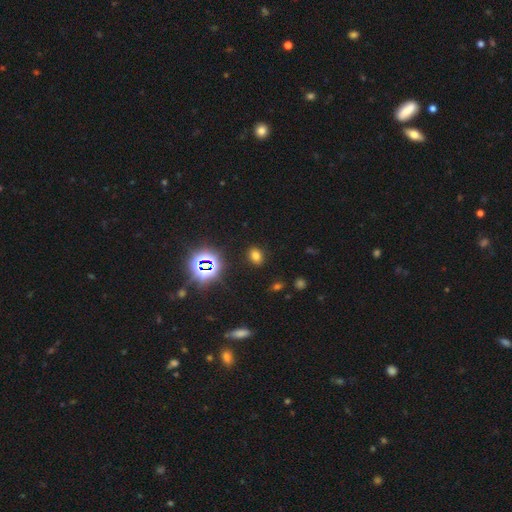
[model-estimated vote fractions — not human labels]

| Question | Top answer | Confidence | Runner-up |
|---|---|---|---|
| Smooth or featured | smooth | 67% | star or artifact (26%) |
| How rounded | in between | 65% | round (34%) |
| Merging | none | 87% | minor disturbance (8%) |